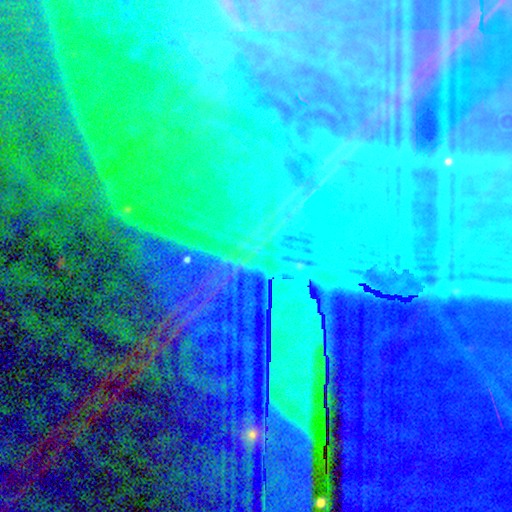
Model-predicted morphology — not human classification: Smooth or featured: star or artifact — 85% (featured or disk — 9%)